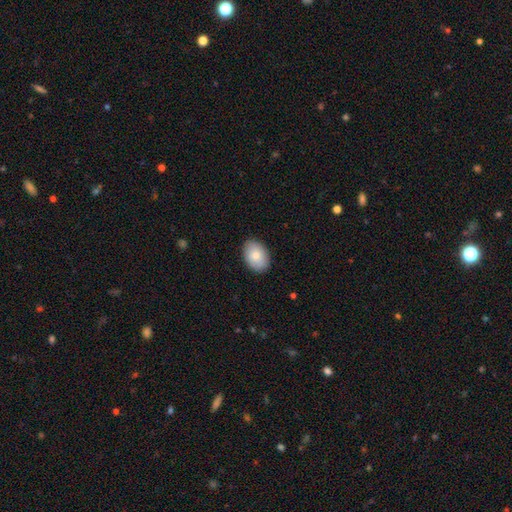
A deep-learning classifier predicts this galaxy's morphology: A smooth galaxy with no disk features (83%) that is in between round and cigar-shaped (83%).

Vote fractions:
- Smooth or featured? smooth: 83% / featured or disk: 11% / star or artifact: 6%
- How rounded? in between: 83% / round: 16% / cigar-shaped: 1%
- Merging? none: 88% / minor disturbance: 9% / major disturbance: 2% / merger: 1%